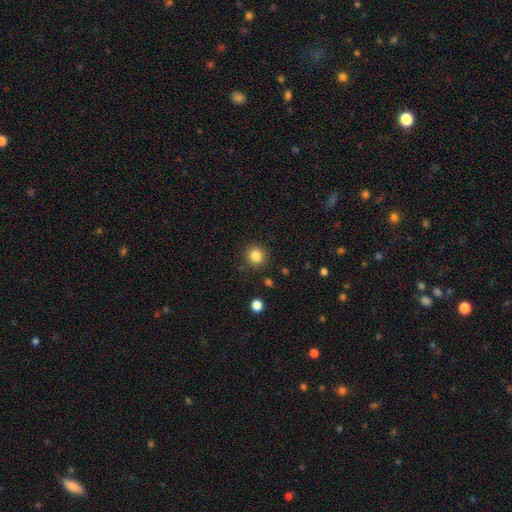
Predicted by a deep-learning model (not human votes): smooth_or_featured: smooth (p=0.85) [alt: star or artifact p=0.11]
how_rounded: round (p=0.89) [alt: in between p=0.10]
merging: none (p=0.89) [alt: minor disturbance p=0.07]